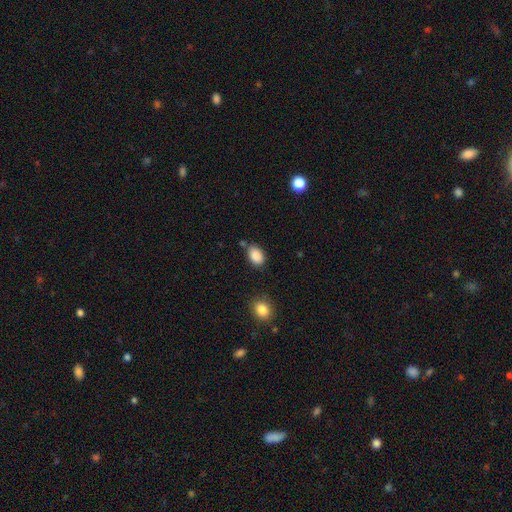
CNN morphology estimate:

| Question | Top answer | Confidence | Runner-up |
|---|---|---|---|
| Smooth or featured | smooth | 88% | star or artifact (8%) |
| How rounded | in between | 87% | round (12%) |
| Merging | none | 73% | minor disturbance (17%) |